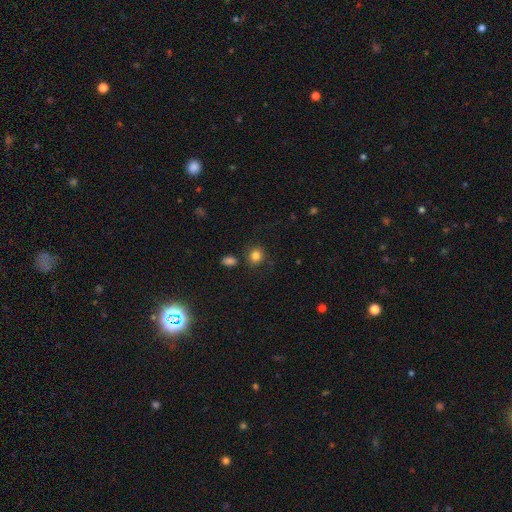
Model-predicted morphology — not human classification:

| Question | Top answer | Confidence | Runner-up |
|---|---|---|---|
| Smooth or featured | smooth | 83% | star or artifact (12%) |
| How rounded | round | 79% | in between (20%) |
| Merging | none | 81% | minor disturbance (10%) |